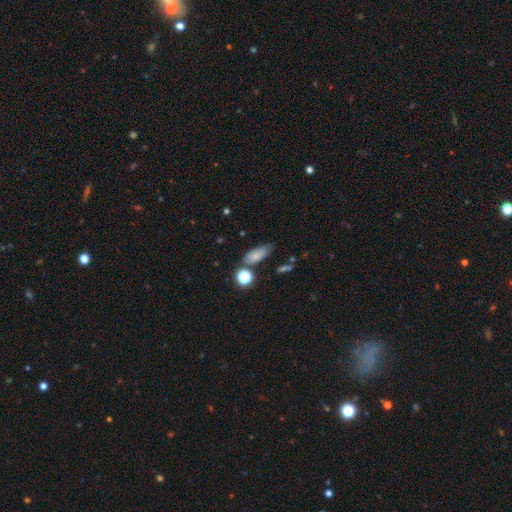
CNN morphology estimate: Smooth or featured: smooth — 75% (featured or disk — 13%)
How rounded: in between — 78% (cigar-shaped — 14%)
Merging: none — 65% (minor disturbance — 20%)